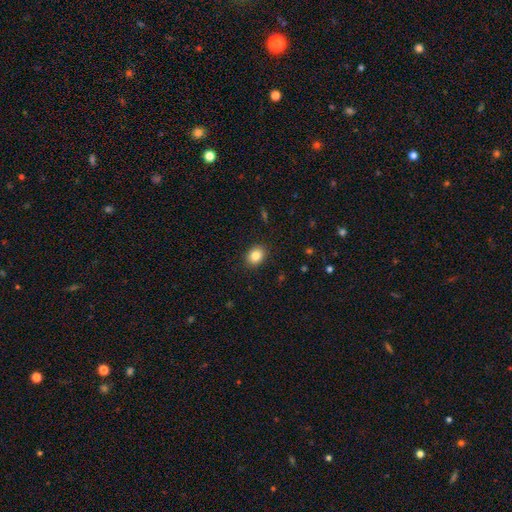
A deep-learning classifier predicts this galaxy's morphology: The model was most divided on "how rounded": in between: 52%, round: 47%, cigar-shaped: 1%. More confident: merging — none (90%); smooth or featured — smooth (84%).